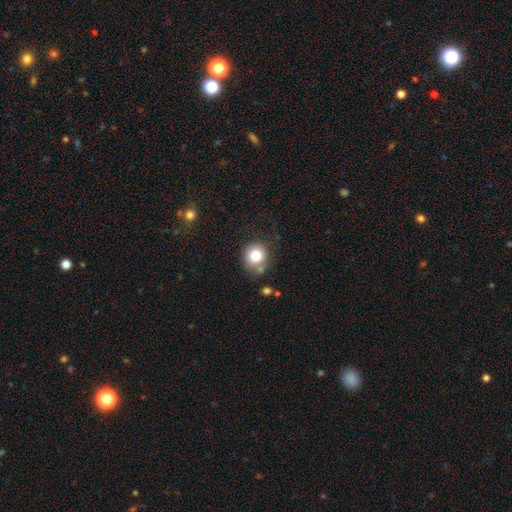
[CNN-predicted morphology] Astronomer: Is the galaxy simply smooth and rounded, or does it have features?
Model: smooth — 81%.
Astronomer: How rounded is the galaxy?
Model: round — 87%.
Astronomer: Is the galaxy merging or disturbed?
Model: none — 70%.